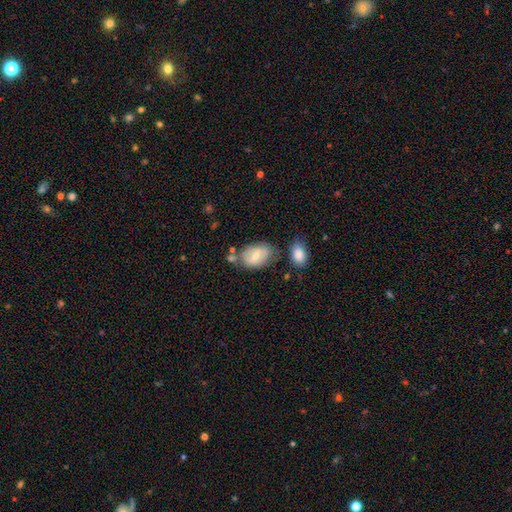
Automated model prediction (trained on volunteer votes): The model was most divided on "smooth or featured": smooth: 59%, featured or disk: 34%, star or artifact: 7%. More confident: how rounded — in between (85%); merging — none (59%).